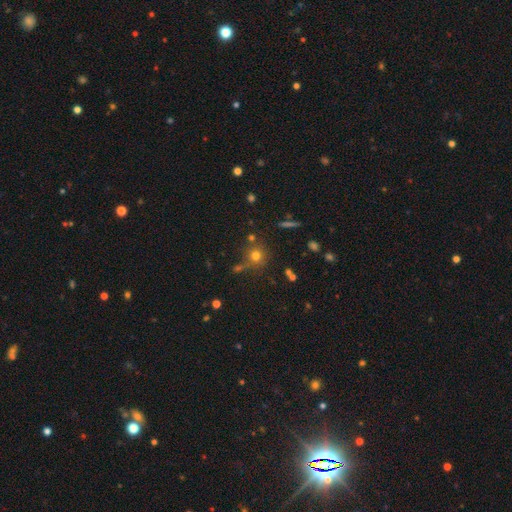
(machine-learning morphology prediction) smooth-or-featured: smooth: 70% | star or artifact: 19% | featured or disk: 11%
  how-rounded: round: 91% | in between: 7% | cigar-shaped: 1%
  merging: none: 75% | minor disturbance: 11% | merger: 10% | major disturbance: 4%